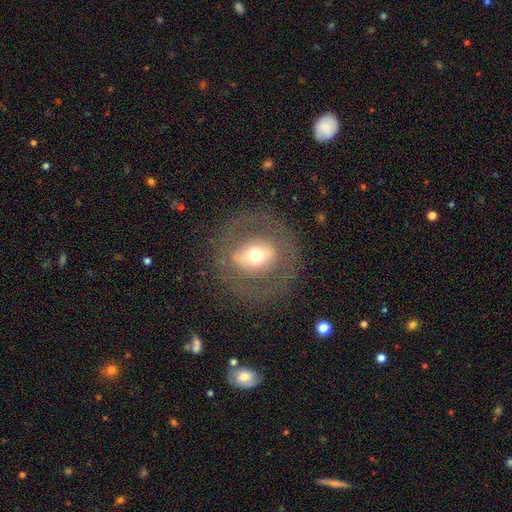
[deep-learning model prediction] Overall: featured or disk (49%; smooth 42%). Merging: none (79%).